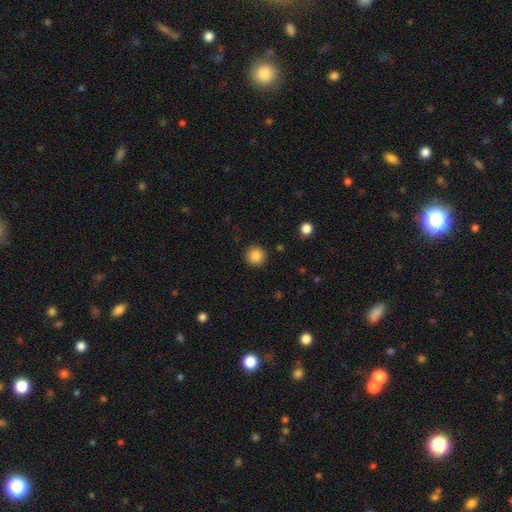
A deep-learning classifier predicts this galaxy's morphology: The model was most divided on "smooth or featured": smooth: 87%, star or artifact: 9%, featured or disk: 4%. More confident: how rounded — round (95%); merging — none (92%).